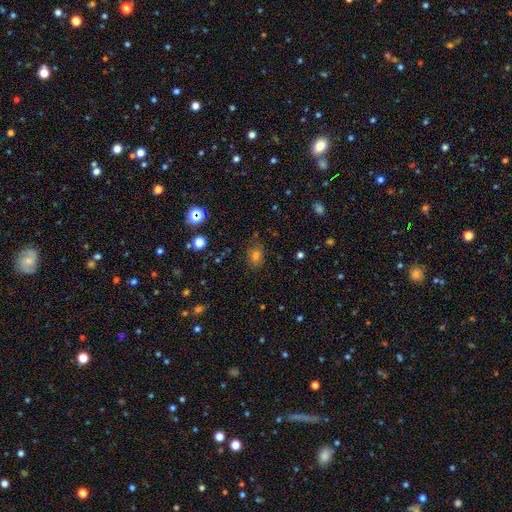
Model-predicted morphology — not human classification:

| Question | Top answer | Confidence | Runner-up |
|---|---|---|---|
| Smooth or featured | smooth | 63% | star or artifact (22%) |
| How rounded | in between | 59% | round (40%) |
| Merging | none | 76% | minor disturbance (16%) |